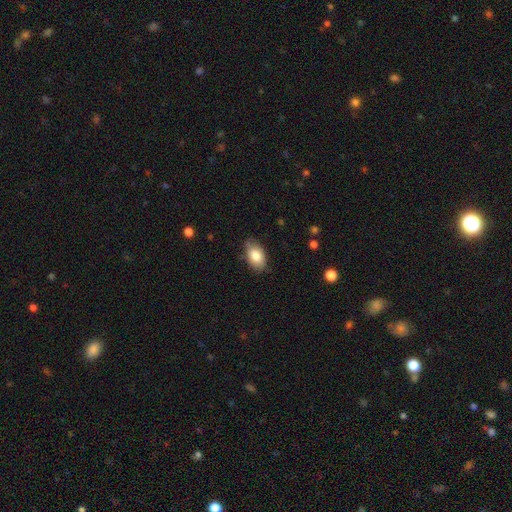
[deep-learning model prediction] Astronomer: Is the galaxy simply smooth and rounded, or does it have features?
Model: smooth — 84%.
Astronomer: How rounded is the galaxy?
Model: in between — 91%.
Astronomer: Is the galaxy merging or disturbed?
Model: none — 76%.